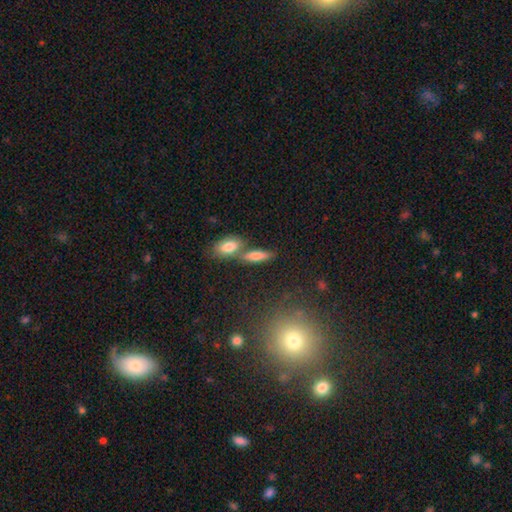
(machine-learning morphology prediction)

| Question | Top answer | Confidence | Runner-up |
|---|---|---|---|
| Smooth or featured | smooth | 71% | featured or disk (20%) |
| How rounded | in between | 52% | cigar-shaped (43%) |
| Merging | none | 49% | merger (36%) |